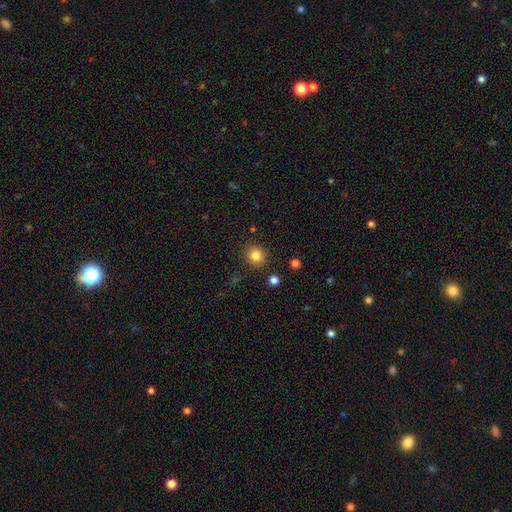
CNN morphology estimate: The model was most divided on "smooth or featured": smooth: 82%, star or artifact: 12%, featured or disk: 6%. More confident: merging — none (90%); how rounded — round (86%).